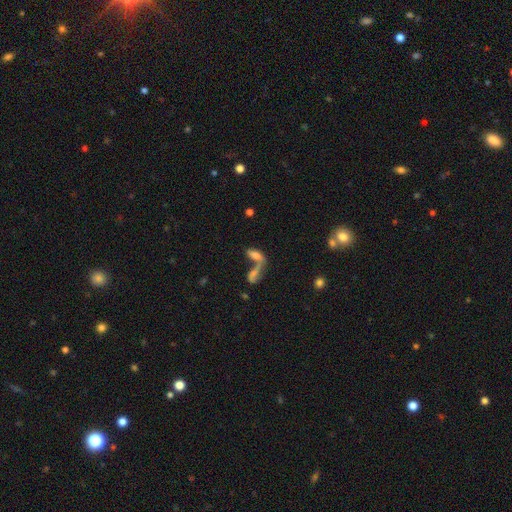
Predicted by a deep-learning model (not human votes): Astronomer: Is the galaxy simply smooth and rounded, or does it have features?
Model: smooth — 62%.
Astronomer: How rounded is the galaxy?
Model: in between — 67%.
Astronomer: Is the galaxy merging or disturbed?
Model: merger — 69%.